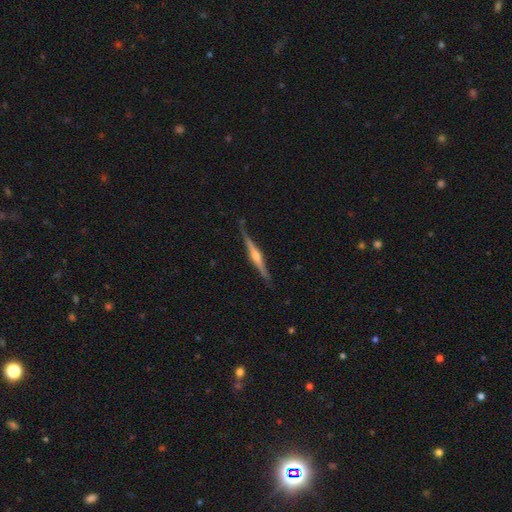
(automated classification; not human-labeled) smooth-or-featured: featured or disk: 83% | smooth: 12% | star or artifact: 5%
  disk-edge-on: yes: 98% | no: 2%
    edge-on-bulge: rounded: 90% | boxy: 6% | none: 4%
  merging: none: 87% | minor disturbance: 10% | major disturbance: 2% | merger: 1%